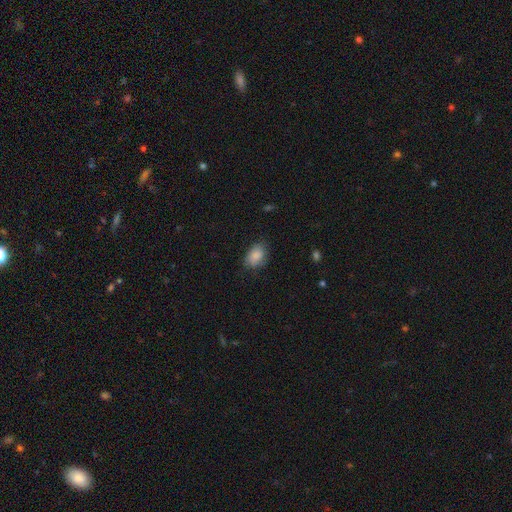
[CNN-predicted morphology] Smooth or featured?
  - smooth: 86% *
  - star or artifact: 8%
  - featured or disk: 7%
How rounded?
  - in between: 78% *
  - round: 21%
  - cigar-shaped: 1%
Merging?
  - none: 72% *
  - minor disturbance: 21%
  - major disturbance: 5%
  - merger: 1%